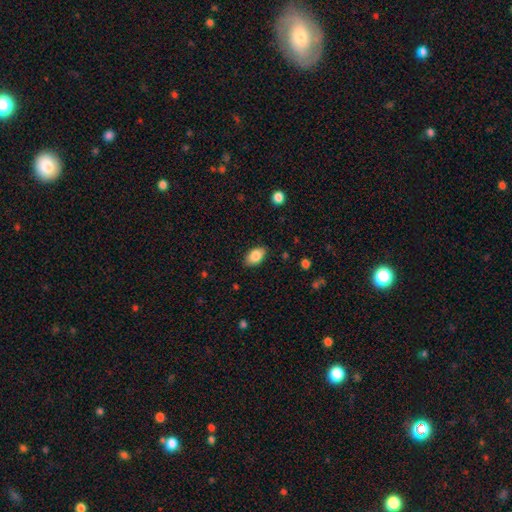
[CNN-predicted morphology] This appears to be a smooth galaxy with no disk features (85%) that is in between round and cigar-shaped (92%). Merging: none (85%).